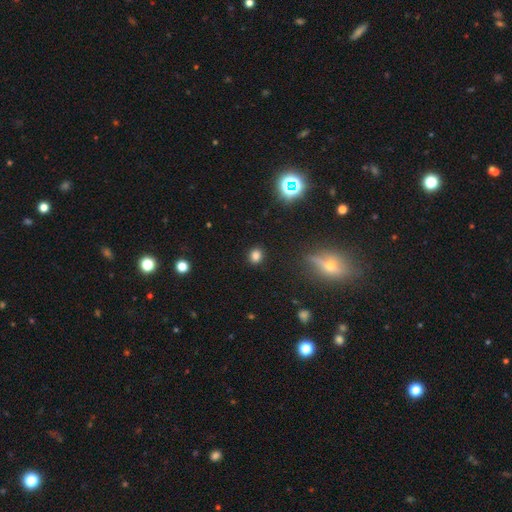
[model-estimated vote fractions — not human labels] A smooth galaxy with no disk features (78%) that is round (69%). Merging: none (89%).